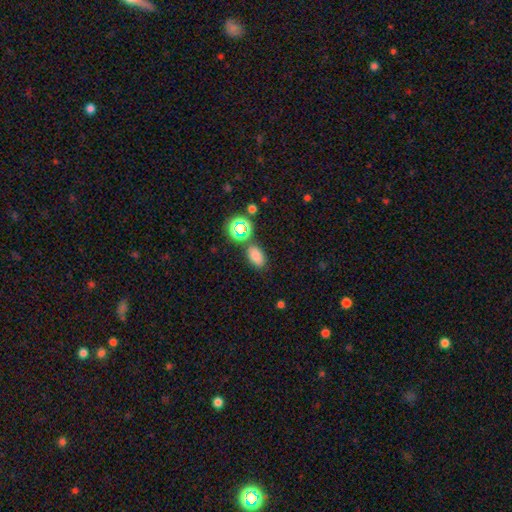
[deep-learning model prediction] This is likely a smooth galaxy (76%). How rounded: clearly in between (86%). Merging: likely none (75%).